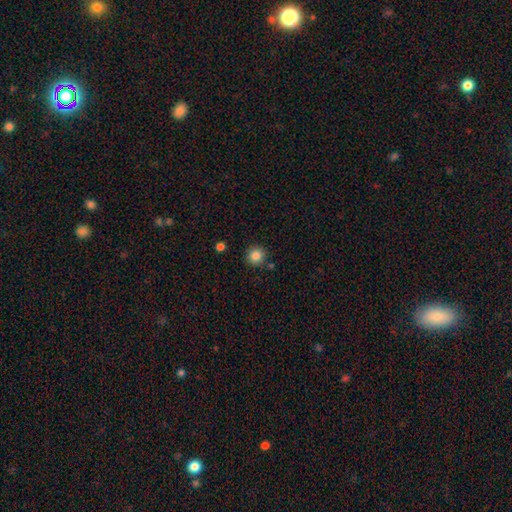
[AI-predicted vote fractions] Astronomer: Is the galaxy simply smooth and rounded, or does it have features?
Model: smooth — 86%.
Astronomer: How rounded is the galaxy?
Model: round — 94%.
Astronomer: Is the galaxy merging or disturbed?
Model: none — 87%.